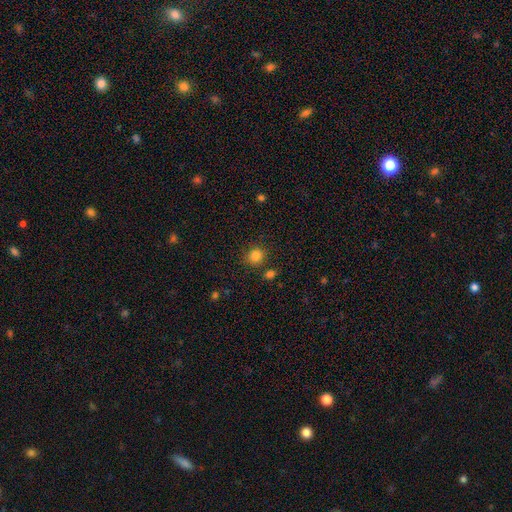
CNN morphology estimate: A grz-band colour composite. It shows a smooth galaxy with no disk features (83%) that is round (87%). Merging: none (83%).